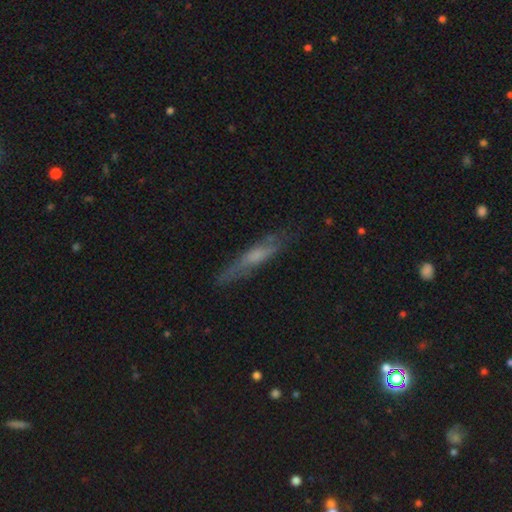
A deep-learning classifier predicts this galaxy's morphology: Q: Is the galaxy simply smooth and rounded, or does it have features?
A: featured or disk — 48%.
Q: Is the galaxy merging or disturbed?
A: none — 72%.